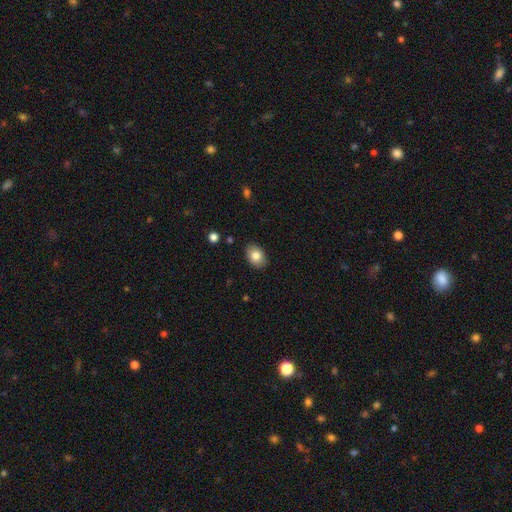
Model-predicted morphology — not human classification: A smooth galaxy with no disk features (82%) that is in between round and cigar-shaped (76%).

Vote fractions:
- Smooth or featured? smooth: 82% / featured or disk: 10% / star or artifact: 8%
- How rounded? in between: 76% / round: 23% / cigar-shaped: 1%
- Merging? none: 86% / minor disturbance: 10% / major disturbance: 2% / merger: 1%